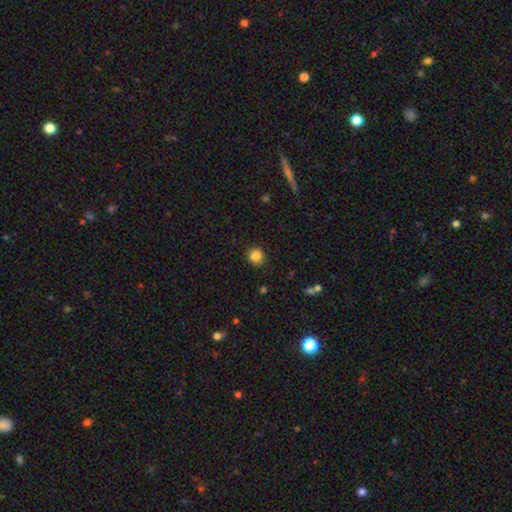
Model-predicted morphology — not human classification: This appears to be a smooth galaxy with no disk features (84%) that is round (91%). Merging: none (91%).